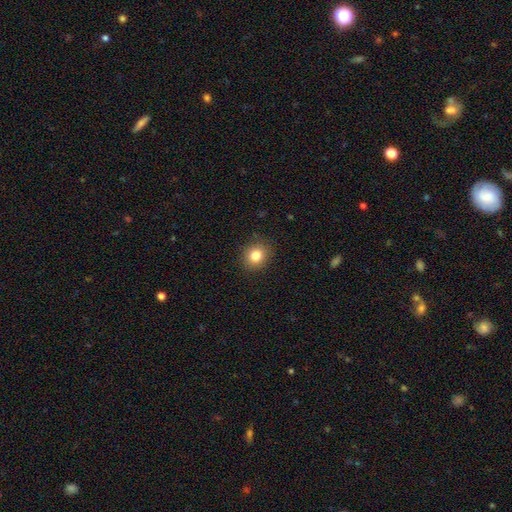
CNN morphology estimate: smooth 83%, star or artifact 11%, featured or disk 7%. Down the decision tree: how rounded — round (75%); merging — none (88%).